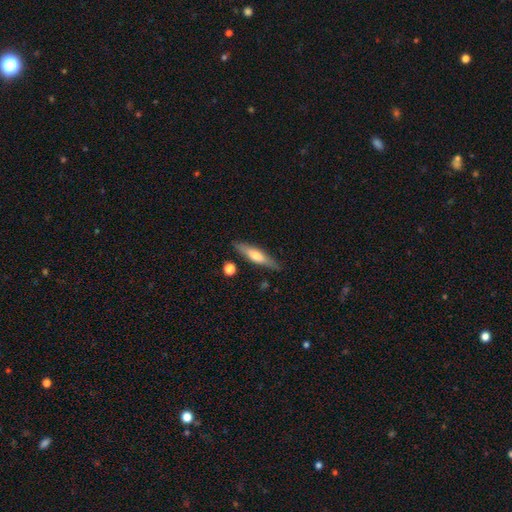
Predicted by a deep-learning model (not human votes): Overall: smooth (50%; featured or disk 43%). How rounded: cigar-shaped (80%). Merging: none (83%).